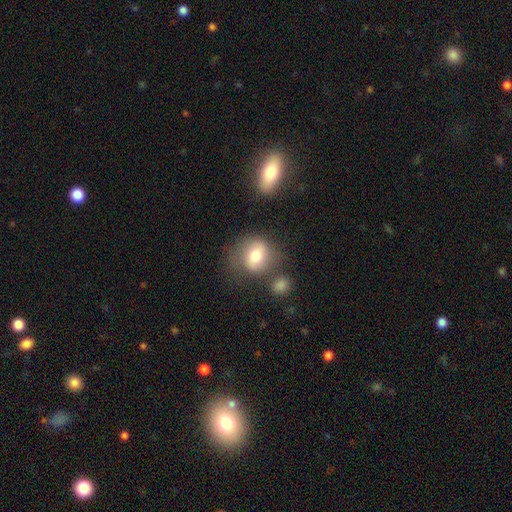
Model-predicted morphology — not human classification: smooth 71%, featured or disk 20%, star or artifact 9%. Down the decision tree: how rounded — round (70%); merging — none (60%).